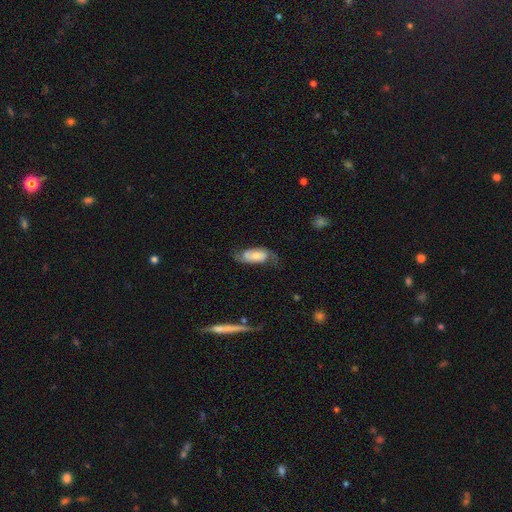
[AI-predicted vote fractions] Smooth or featured: featured or disk — 47% (smooth — 46%)
Merging: none — 56% (minor disturbance — 26%)